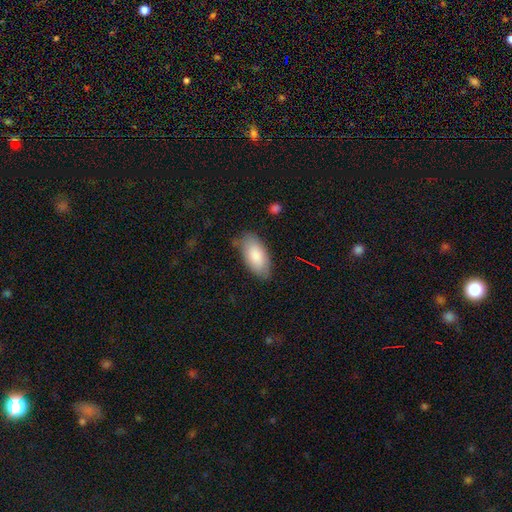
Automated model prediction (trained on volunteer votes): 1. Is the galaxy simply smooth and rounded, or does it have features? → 85% smooth, 9% featured or disk, 6% star or artifact.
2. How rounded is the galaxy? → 93% in between, 5% cigar-shaped, 2% round.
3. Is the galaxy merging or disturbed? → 75% none, 19% minor disturbance, 4% major disturbance, 2% merger.